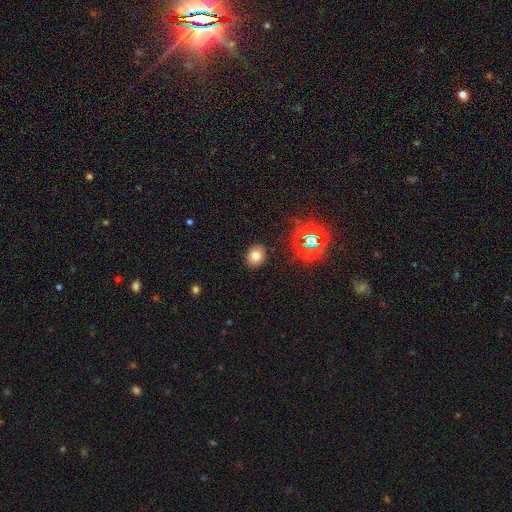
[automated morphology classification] This is likely a smooth galaxy (71%). How rounded: possibly round (53%). Merging: clearly none (88%).